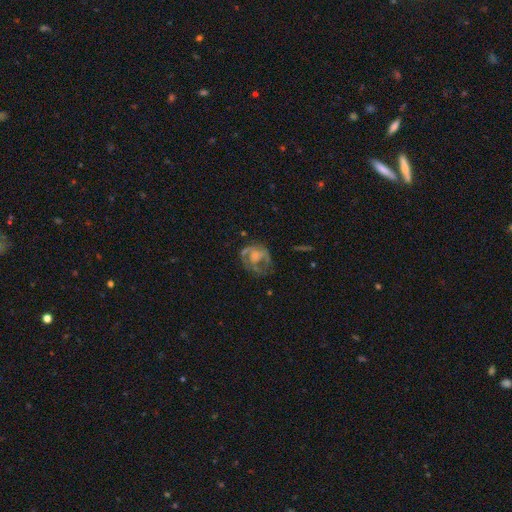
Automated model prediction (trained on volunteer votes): This appears to be a featured or disk galaxy (61%) with no bar (76%), no spiral arms (51%) and no central bulge (37%). Merging: none (42%).